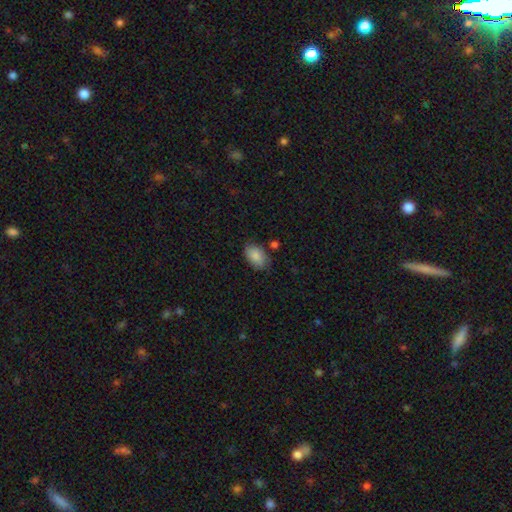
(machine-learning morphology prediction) This is clearly a smooth galaxy (85%). How rounded: clearly in between (90%). Merging: likely none (73%).